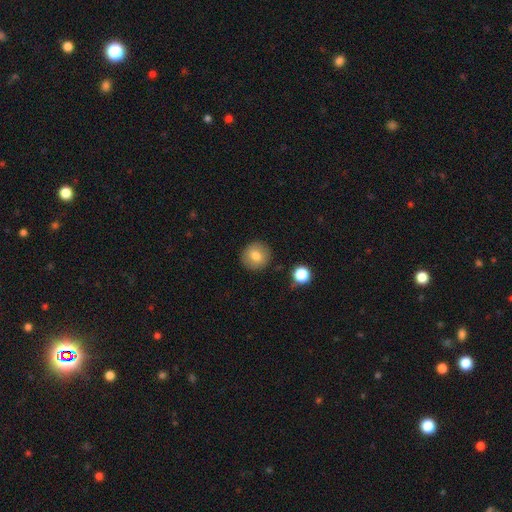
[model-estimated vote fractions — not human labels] smooth_or_featured: smooth (p=0.78) [alt: featured or disk p=0.12]
how_rounded: round (p=0.92) [alt: in between p=0.07]
merging: none (p=0.89) [alt: minor disturbance p=0.07]